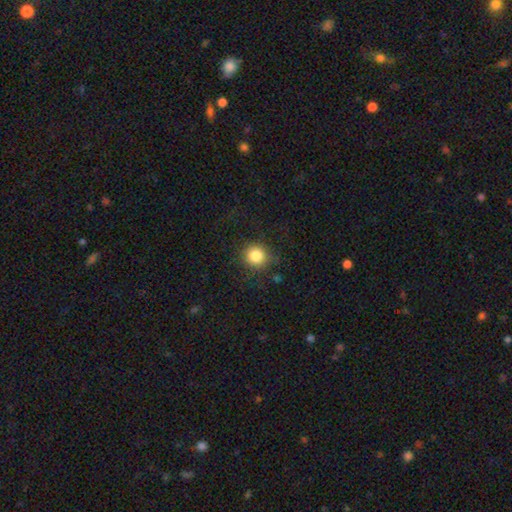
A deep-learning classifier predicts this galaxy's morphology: Smooth or featured? Predicted: smooth (p=0.83). How rounded? Predicted: round (p=0.92). Merging? Predicted: none (p=0.85).